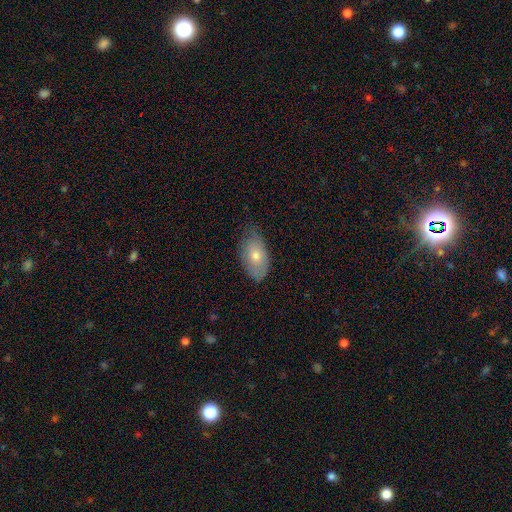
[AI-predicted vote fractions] Q: Smooth or featured?
A: smooth (67%); runner-up: featured or disk (26%)
Q: How rounded?
A: in between (91%); runner-up: round (6%)
Q: Merging?
A: none (65%); runner-up: minor disturbance (29%)